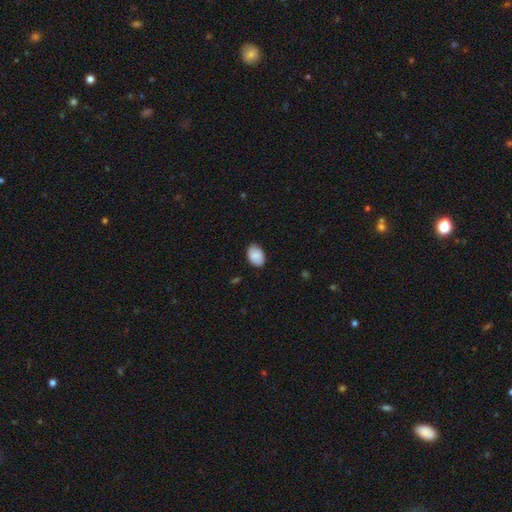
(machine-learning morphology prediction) Smooth or featured?
  - smooth: 86% *
  - featured or disk: 7%
  - star or artifact: 7%
How rounded?
  - in between: 85% *
  - round: 14%
  - cigar-shaped: 1%
Merging?
  - none: 81% *
  - minor disturbance: 16%
  - major disturbance: 2%
  - merger: 1%